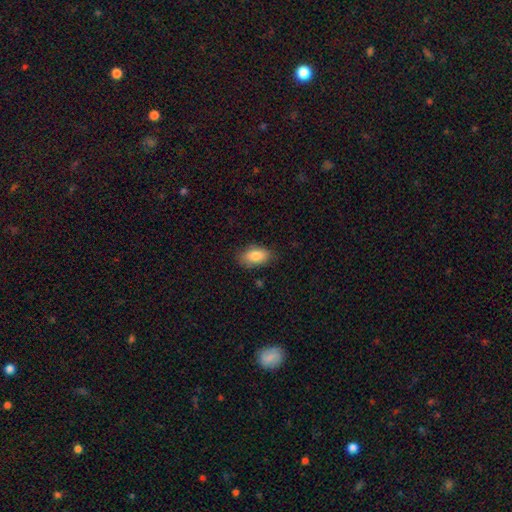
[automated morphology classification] Smooth or featured: smooth — 84% (featured or disk — 9%)
How rounded: in between — 91% (round — 7%)
Merging: none — 80% (minor disturbance — 15%)